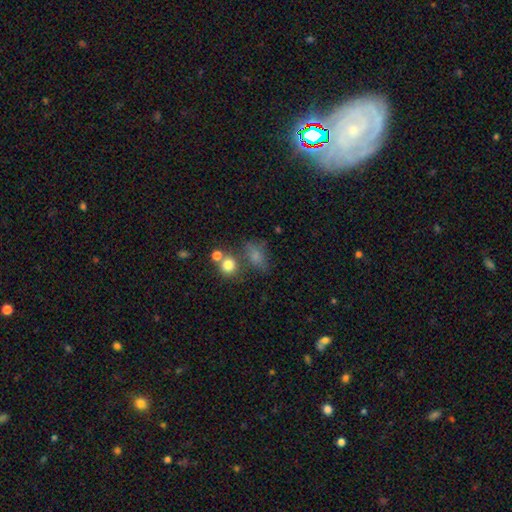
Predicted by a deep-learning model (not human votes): Smooth or featured: smooth — 73% (star or artifact — 15%)
How rounded: in between — 68% (round — 28%)
Merging: none — 47% (minor disturbance — 22%)